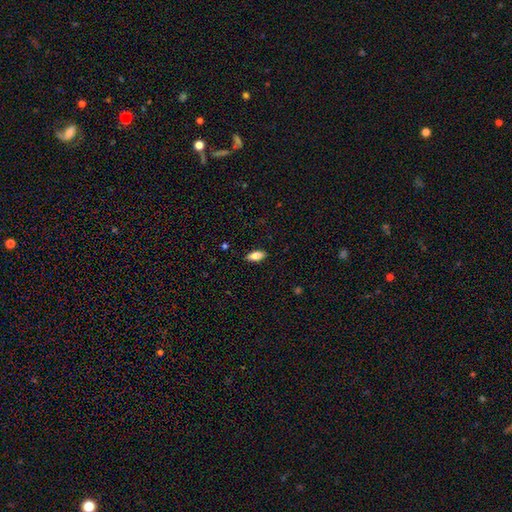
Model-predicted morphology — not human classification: The model was most divided on "smooth or featured": smooth: 81%, featured or disk: 12%, star or artifact: 7%. More confident: merging — none (88%); how rounded — in between (85%).